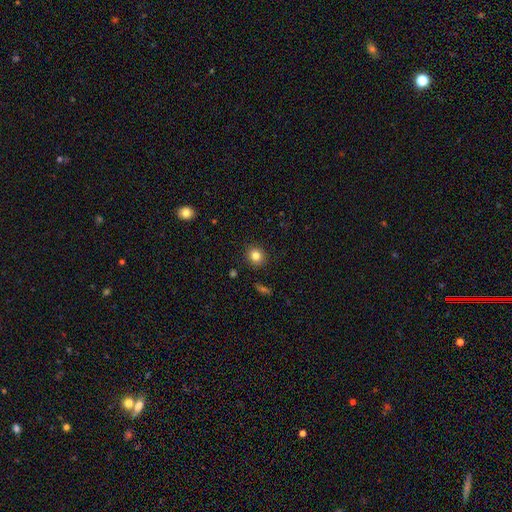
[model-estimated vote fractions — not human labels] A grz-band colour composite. It shows a smooth galaxy with no disk features (82%) that is round (86%). Merging: none (90%).